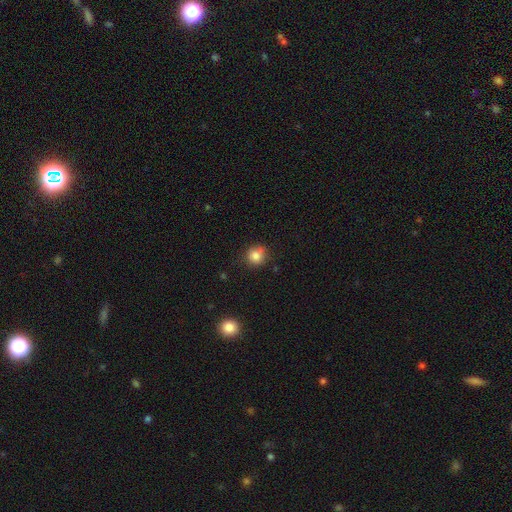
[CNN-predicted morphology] This is clearly a smooth galaxy (82%). How rounded: clearly round (84%). Merging: likely none (72%).